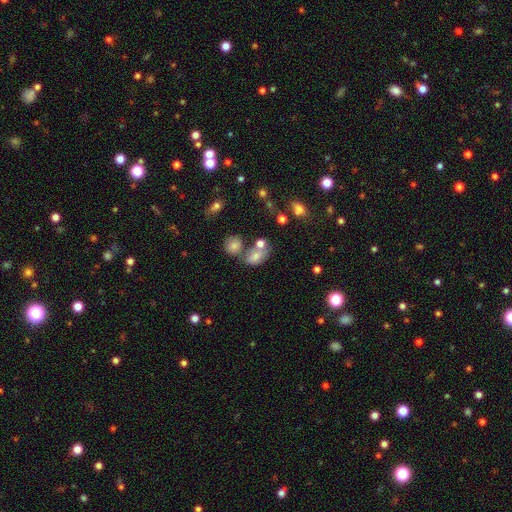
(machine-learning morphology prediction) A smooth galaxy with no disk features (71%) that is in between round and cigar-shaped (80%).

Vote fractions:
- Smooth or featured? smooth: 71% / featured or disk: 17% / star or artifact: 13%
- How rounded? in between: 80% / round: 18% / cigar-shaped: 2%
- Merging? none: 38% / merger: 36% / minor disturbance: 17% / major disturbance: 9%